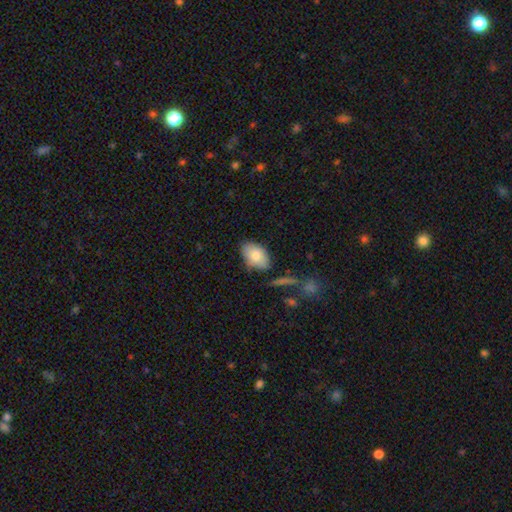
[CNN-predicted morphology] A smooth galaxy with no disk features (80%) that is in between round and cigar-shaped (89%). Merging: none (74%).